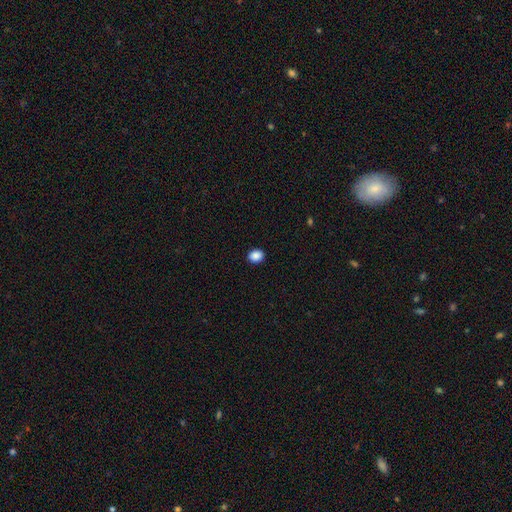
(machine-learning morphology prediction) type=smooth (89%); roundness=round (50%); merging=none (91%).